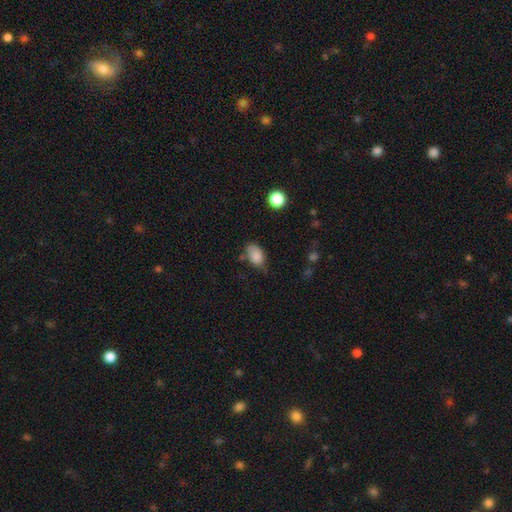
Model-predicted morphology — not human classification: smooth 85%, star or artifact 9%, featured or disk 6%. Down the decision tree: how rounded — in between (88%); merging — none (55%).